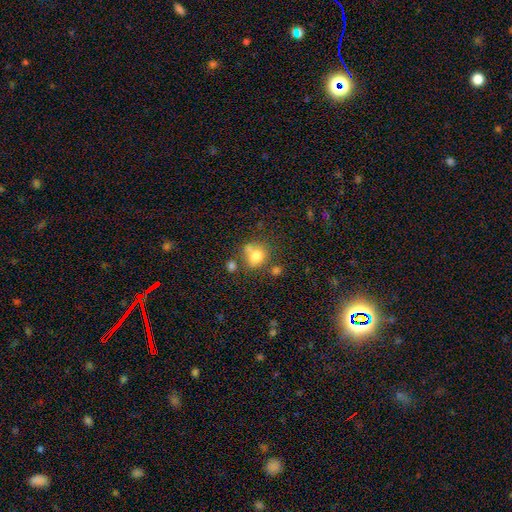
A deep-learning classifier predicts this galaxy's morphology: Smooth or featured? smooth (75%)
How rounded? round (79%)
Merging? none (55%)